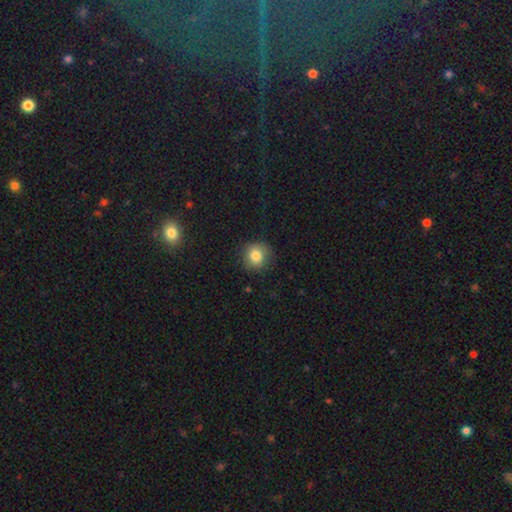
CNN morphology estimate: Smooth or featured? Predicted: smooth (p=0.81). How rounded? Predicted: round (p=0.87). Merging? Predicted: none (p=0.82).